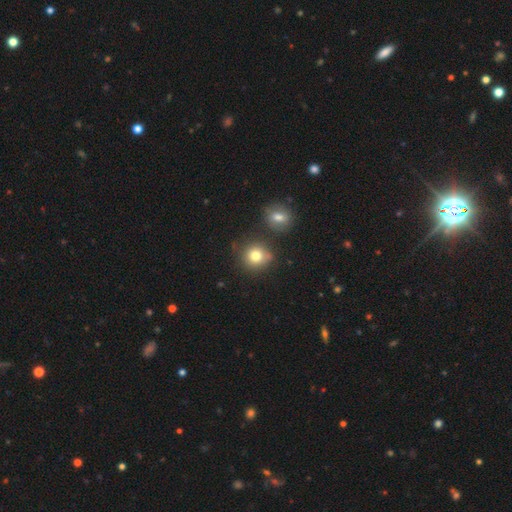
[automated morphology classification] Smooth or featured? Predicted: smooth (p=0.79). How rounded? Predicted: round (p=0.87). Merging? Predicted: none (p=0.71).